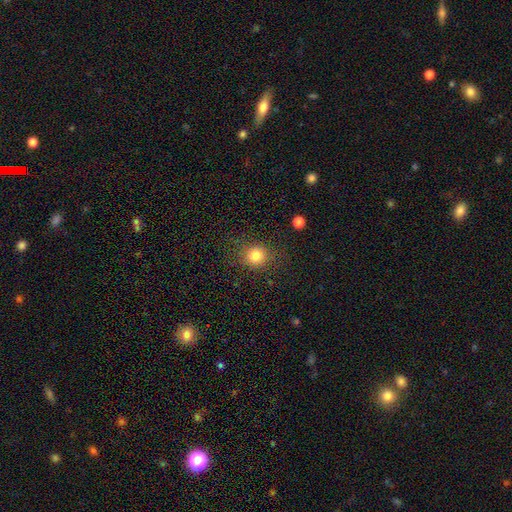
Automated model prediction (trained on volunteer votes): Smooth or featured: smooth — 83% (star or artifact — 11%)
How rounded: round — 81% (in between — 18%)
Merging: none — 80% (minor disturbance — 12%)